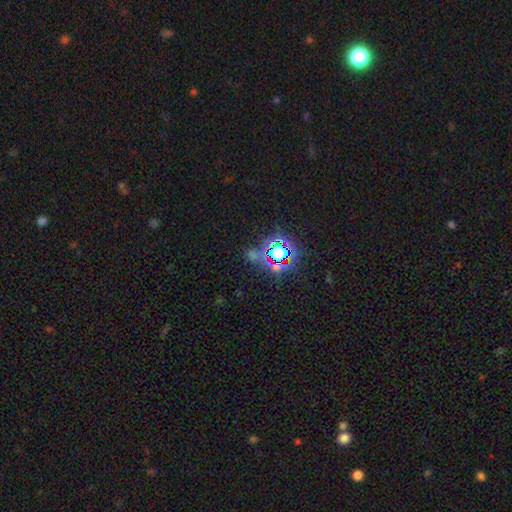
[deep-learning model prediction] This is likely a star or artifact rather than a galaxy (74%).